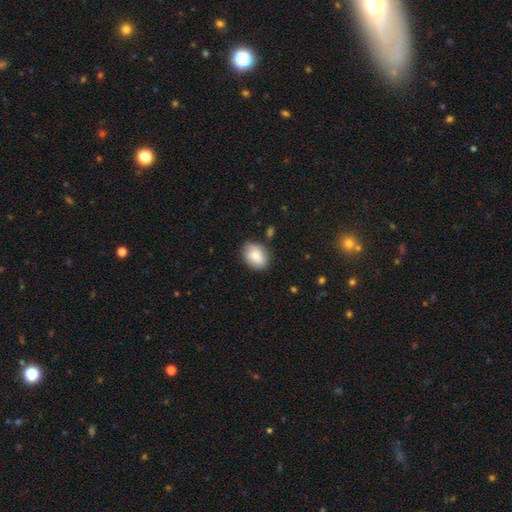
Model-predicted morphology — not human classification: Smooth or featured? Predicted: smooth (p=0.76). How rounded? Predicted: in between (p=0.67). Merging? Predicted: none (p=0.74).